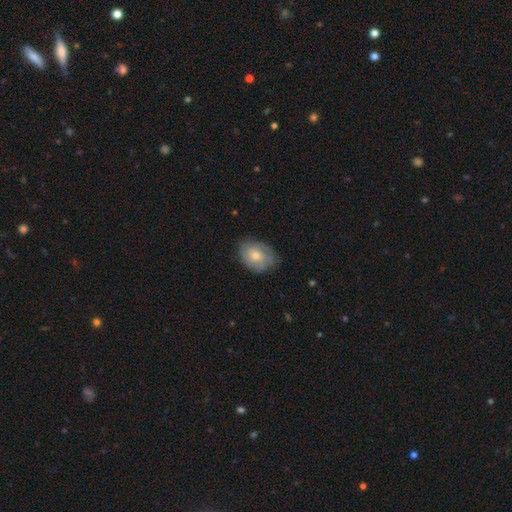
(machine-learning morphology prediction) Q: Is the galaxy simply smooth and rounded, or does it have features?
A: smooth — 51%.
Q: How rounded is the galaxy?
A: in between — 71%.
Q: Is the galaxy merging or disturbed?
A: none — 70%.